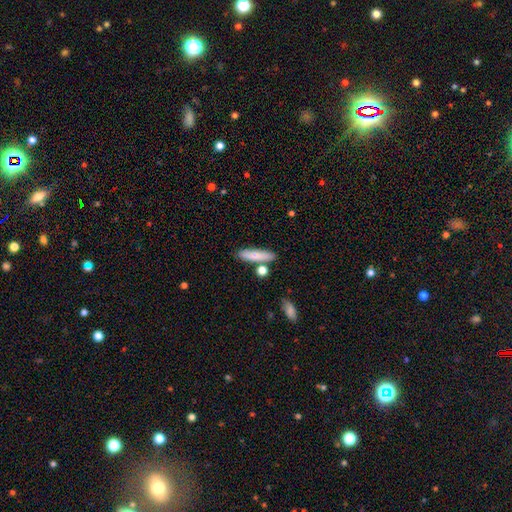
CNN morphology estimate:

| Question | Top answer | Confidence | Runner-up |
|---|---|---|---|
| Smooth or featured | smooth | 76% | featured or disk (18%) |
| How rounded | cigar-shaped | 72% | in between (25%) |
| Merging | none | 77% | minor disturbance (11%) |